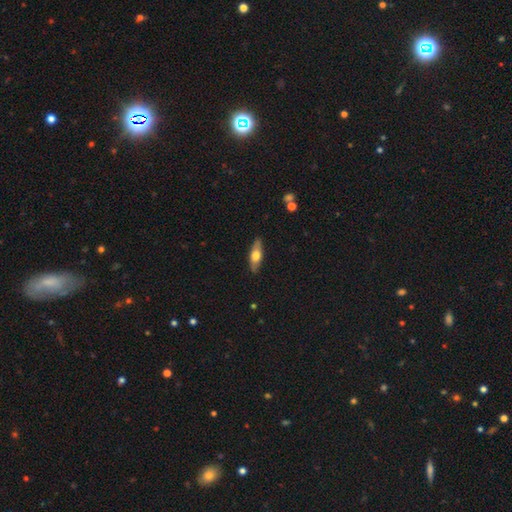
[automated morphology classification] Smooth or featured?
  - smooth: 53% *
  - featured or disk: 41%
  - star or artifact: 6%
How rounded?
  - in between: 53% *
  - cigar-shaped: 44%
  - round: 3%
Merging?
  - none: 86% *
  - minor disturbance: 10%
  - major disturbance: 2%
  - merger: 1%